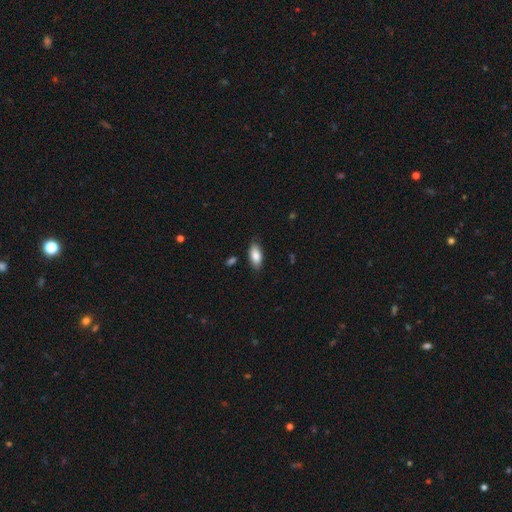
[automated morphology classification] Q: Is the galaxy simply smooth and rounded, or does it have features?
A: smooth — 84%.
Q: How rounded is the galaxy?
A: in between — 90%.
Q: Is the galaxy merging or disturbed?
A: none — 83%.